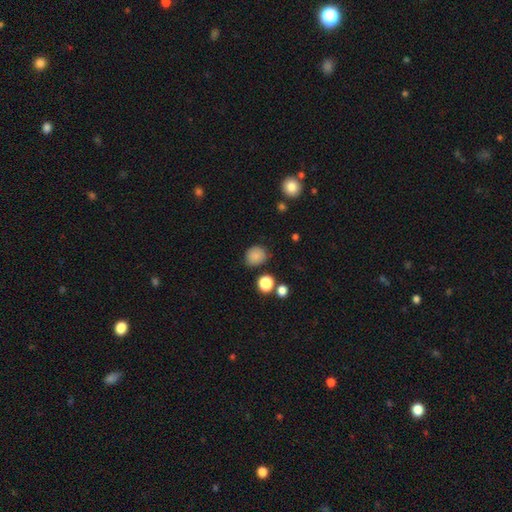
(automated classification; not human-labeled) smooth_or_featured: smooth (p=0.83) [alt: star or artifact p=0.12]
how_rounded: round (p=0.71) [alt: in between p=0.28]
merging: none (p=0.77) [alt: minor disturbance p=0.16]